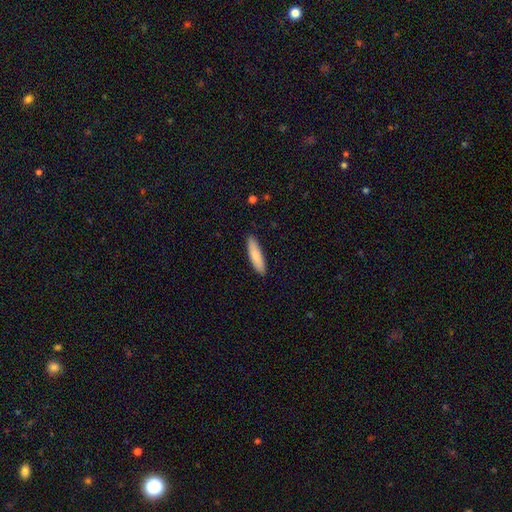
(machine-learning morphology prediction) Smooth or featured? smooth (84%)
How rounded? cigar-shaped (71%)
Merging? none (90%)